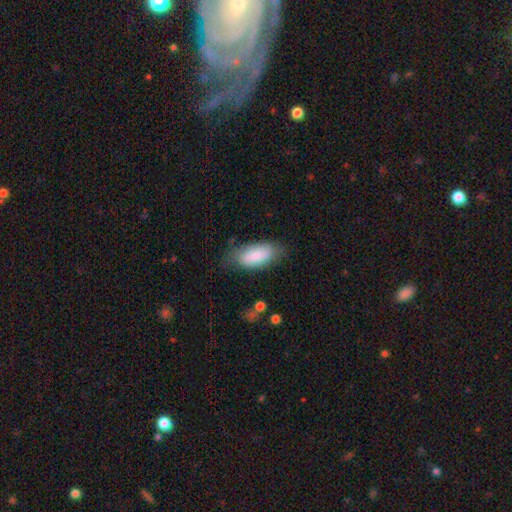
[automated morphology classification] The model was most divided on "merging": none: 65%, minor disturbance: 25%, major disturbance: 8%, merger: 2%. More confident: how rounded — in between (89%); smooth or featured — smooth (78%).